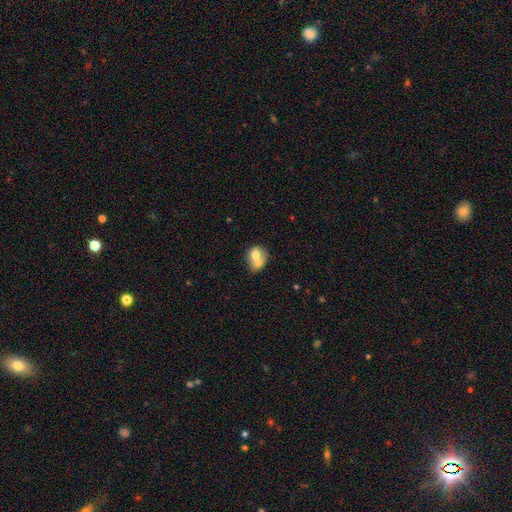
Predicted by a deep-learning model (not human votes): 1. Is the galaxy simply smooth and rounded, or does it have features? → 67% smooth, 25% featured or disk, 9% star or artifact.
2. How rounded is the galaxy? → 58% round, 41% in between, 1% cigar-shaped.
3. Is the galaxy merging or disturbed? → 60% merger, 25% none, 10% minor disturbance, 5% major disturbance.